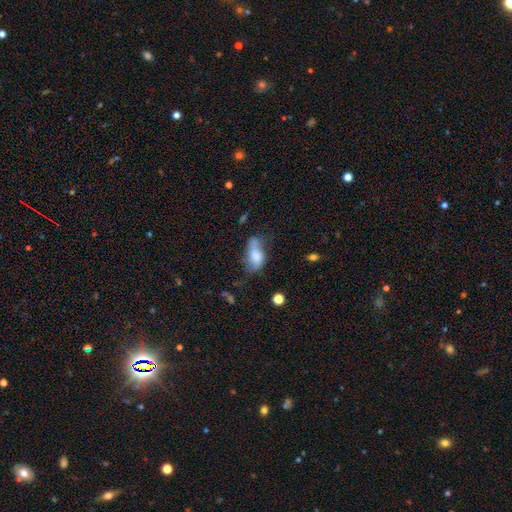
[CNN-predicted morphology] type=smooth (63%); roundness=in between (88%); merging=none (33%).